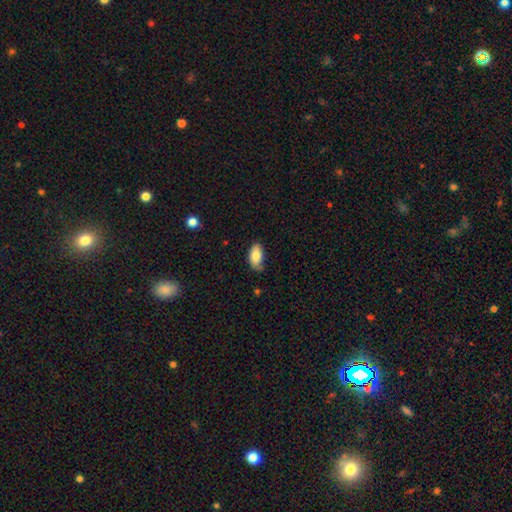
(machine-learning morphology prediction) Smooth or featured: smooth — 84% (featured or disk — 9%)
How rounded: in between — 94% (round — 3%)
Merging: none — 62% (minor disturbance — 30%)